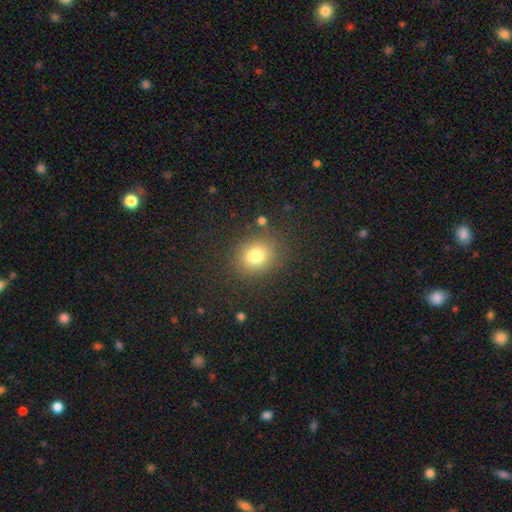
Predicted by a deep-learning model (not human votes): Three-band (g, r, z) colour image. It shows a smooth galaxy with no disk features (79%) that is round (65%). Merging: none (81%).